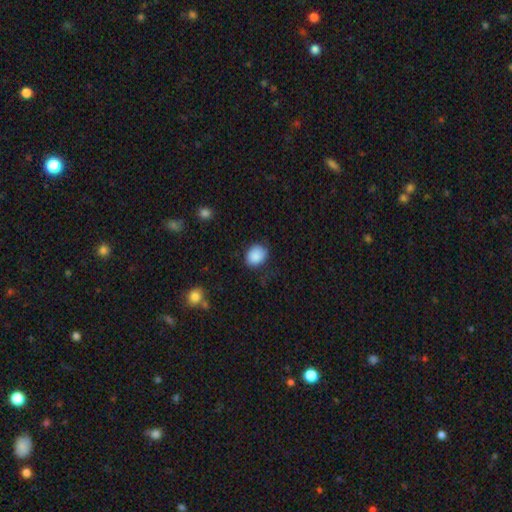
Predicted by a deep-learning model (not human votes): Morphology: type=smooth (88%); roundness=in between (52%); merging=none (75%).